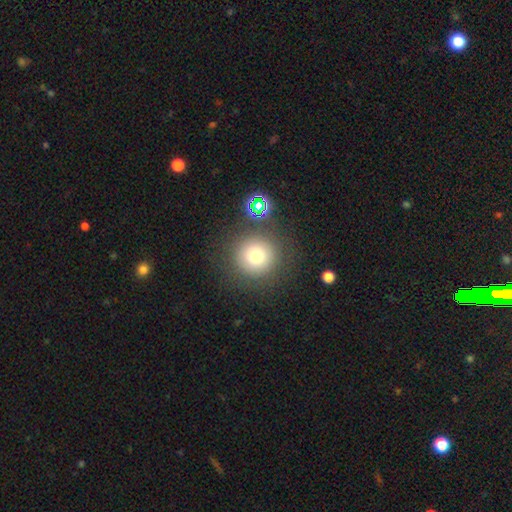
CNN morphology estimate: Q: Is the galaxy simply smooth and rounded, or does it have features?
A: smooth — 74%.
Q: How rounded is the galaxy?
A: round — 95%.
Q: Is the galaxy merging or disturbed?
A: none — 83%.